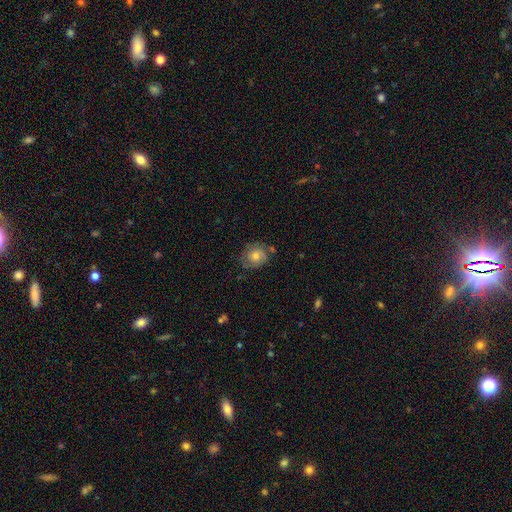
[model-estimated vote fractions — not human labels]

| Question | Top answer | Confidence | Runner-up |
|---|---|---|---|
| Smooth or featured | smooth | 53% | featured or disk (37%) |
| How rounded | round | 73% | in between (26%) |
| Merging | none | 71% | minor disturbance (19%) |